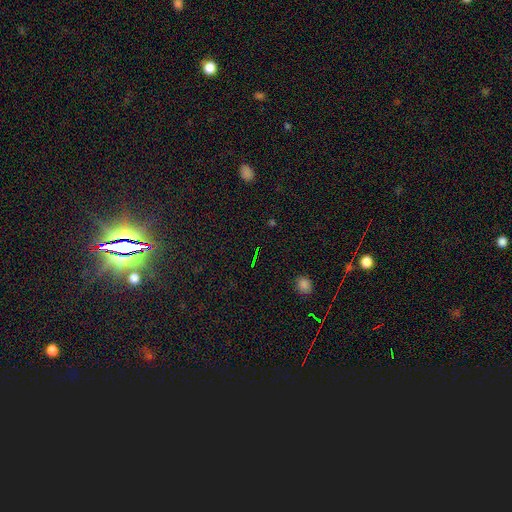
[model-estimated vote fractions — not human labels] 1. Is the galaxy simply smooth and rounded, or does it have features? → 72% star or artifact, 18% smooth, 11% featured or disk.